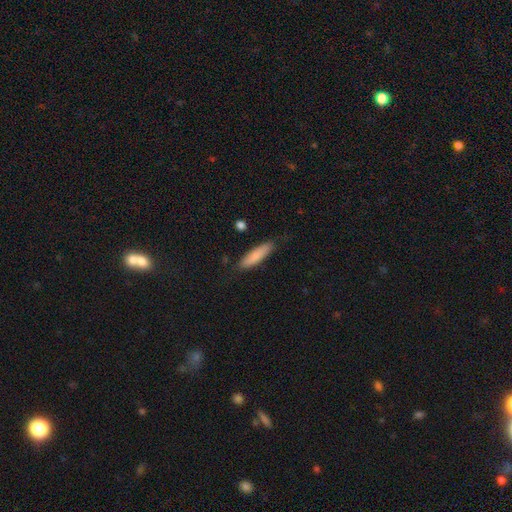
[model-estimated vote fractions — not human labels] This is clearly a smooth galaxy (82%). How rounded: likely cigar-shaped (74%). Merging: clearly none (84%).